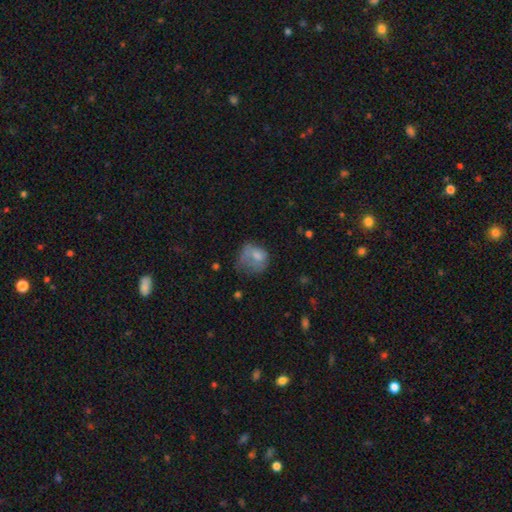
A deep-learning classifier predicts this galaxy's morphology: This appears to be a smooth galaxy with no disk features (67%) that is round (55%). Merging: major disturbance (41%).